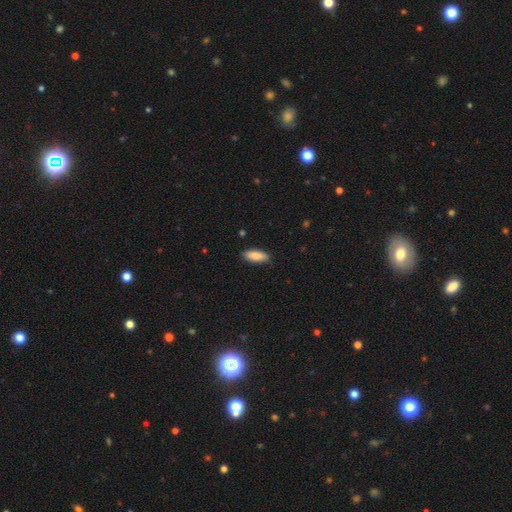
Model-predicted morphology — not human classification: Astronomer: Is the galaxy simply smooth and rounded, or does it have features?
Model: smooth — 89%.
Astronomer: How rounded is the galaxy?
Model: in between — 81%.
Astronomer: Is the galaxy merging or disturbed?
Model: none — 87%.